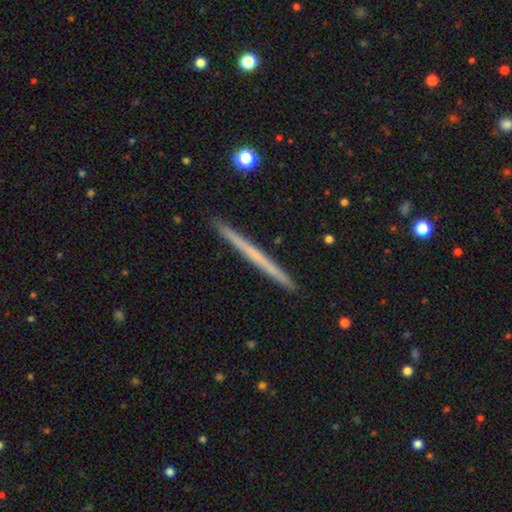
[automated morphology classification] featured or disk 53%, smooth 42%, star or artifact 6%. Down the decision tree: edge-on disk — yes (98%); edge-on bulge — none (92%); merging — none (93%).